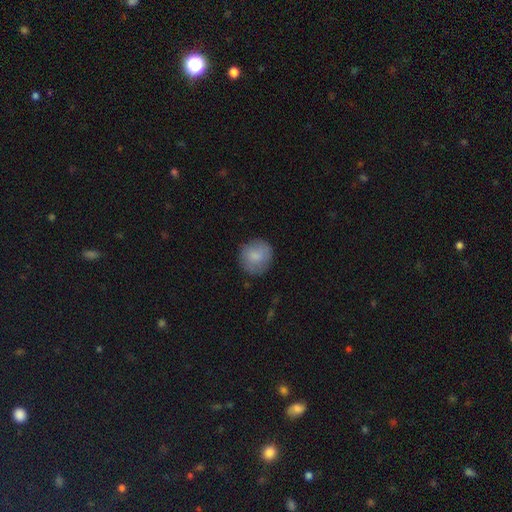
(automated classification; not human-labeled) smooth_or_featured: smooth (p=0.81) [alt: featured or disk p=0.13]
how_rounded: round (p=0.91) [alt: in between p=0.08]
merging: none (p=0.82) [alt: minor disturbance p=0.14]